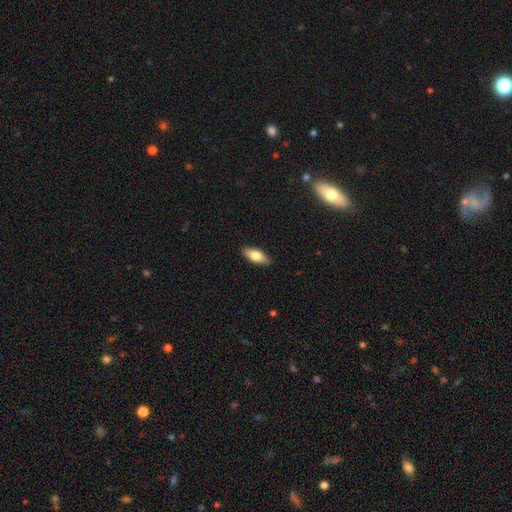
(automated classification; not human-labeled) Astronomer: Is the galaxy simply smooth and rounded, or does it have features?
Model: smooth — 71%.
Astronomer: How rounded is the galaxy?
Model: in between — 76%.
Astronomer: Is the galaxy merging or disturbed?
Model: none — 89%.